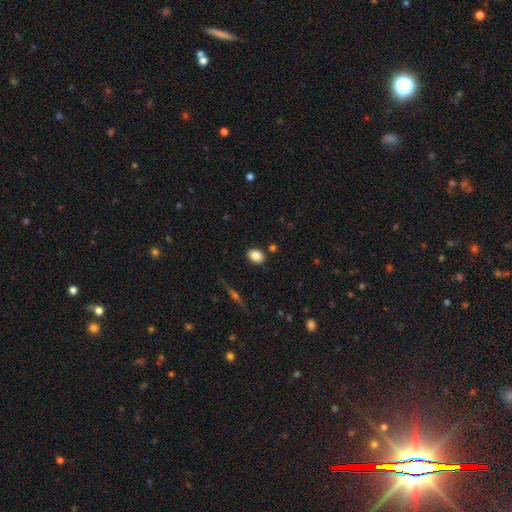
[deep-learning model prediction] Smooth or featured?
  - smooth: 84% *
  - star or artifact: 9%
  - featured or disk: 7%
How rounded?
  - in between: 64% *
  - round: 34%
  - cigar-shaped: 1%
Merging?
  - none: 85% *
  - minor disturbance: 9%
  - merger: 3%
  - major disturbance: 2%